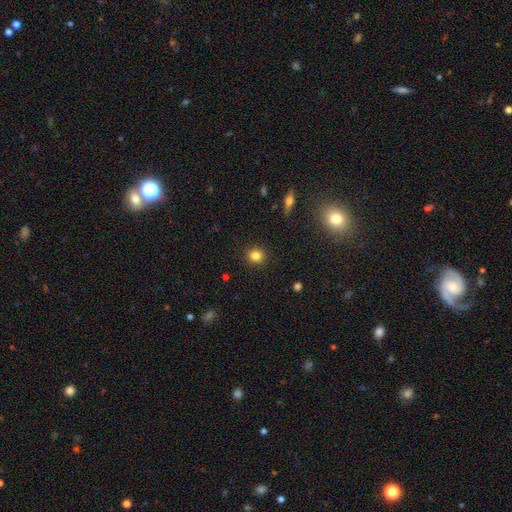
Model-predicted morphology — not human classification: This appears to be a smooth galaxy with no disk features (83%) that is round (83%). Merging: none (91%).